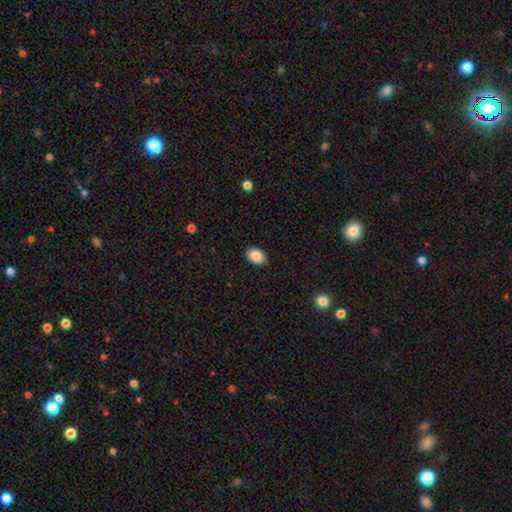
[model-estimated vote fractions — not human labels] Overall: smooth (87%). How rounded: in between (83%). Merging: none (83%).